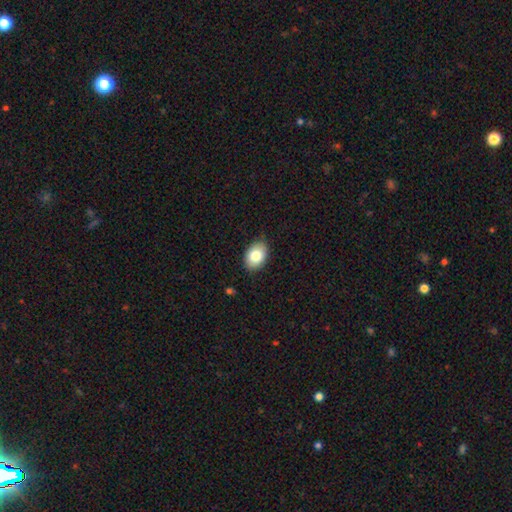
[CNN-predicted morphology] A smooth galaxy with no disk features (81%) that is in between round and cigar-shaped (83%). Merging: none (84%).